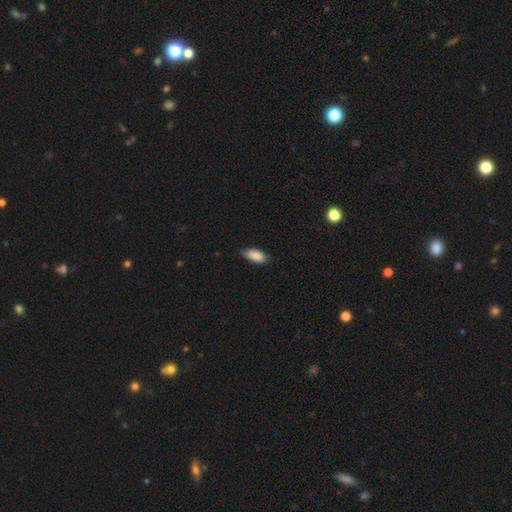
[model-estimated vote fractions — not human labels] A smooth galaxy with no disk features (89%) that is in between round and cigar-shaped (88%).

Vote fractions:
- Smooth or featured? smooth: 89% / star or artifact: 6% / featured or disk: 5%
- How rounded? in between: 88% / cigar-shaped: 10% / round: 2%
- Merging? none: 82% / minor disturbance: 15% / major disturbance: 2% / merger: 1%